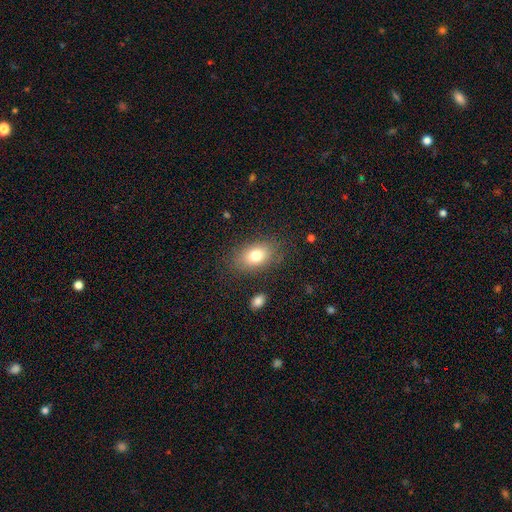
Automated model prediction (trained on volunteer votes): Smooth or featured: smooth — 78% (featured or disk — 13%)
How rounded: in between — 86% (round — 12%)
Merging: none — 81% (minor disturbance — 13%)